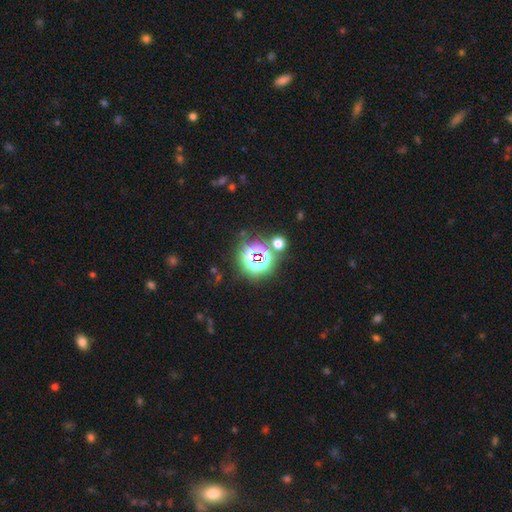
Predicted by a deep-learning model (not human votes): This appears to be a star or artifact, not a galaxy (65%).